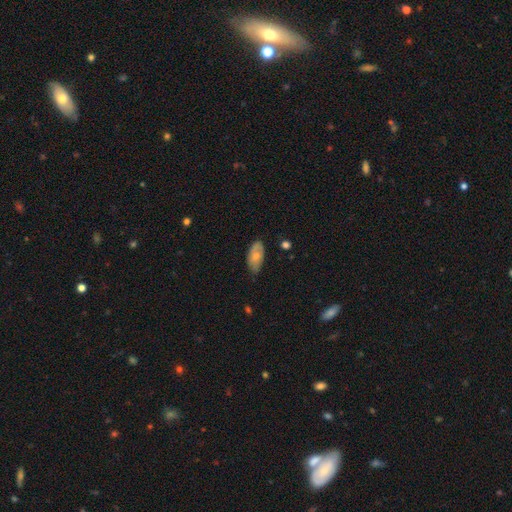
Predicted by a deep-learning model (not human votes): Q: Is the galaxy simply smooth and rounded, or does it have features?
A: smooth — 64%.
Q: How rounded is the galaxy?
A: in between — 92%.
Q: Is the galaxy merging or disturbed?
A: none — 66%.